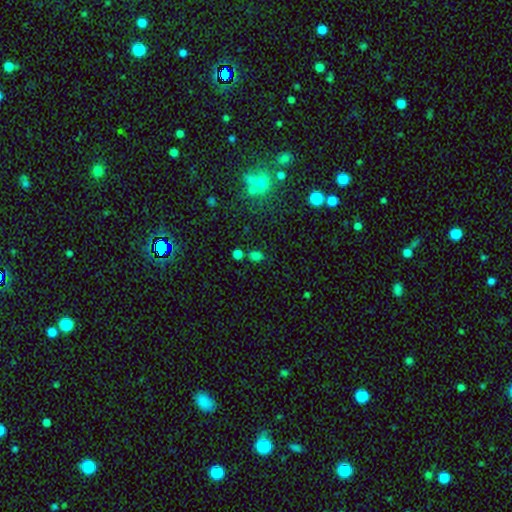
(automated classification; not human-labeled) This appears to be a smooth galaxy with no disk features (73%) that is in between round and cigar-shaped (61%). Merging: none (72%).